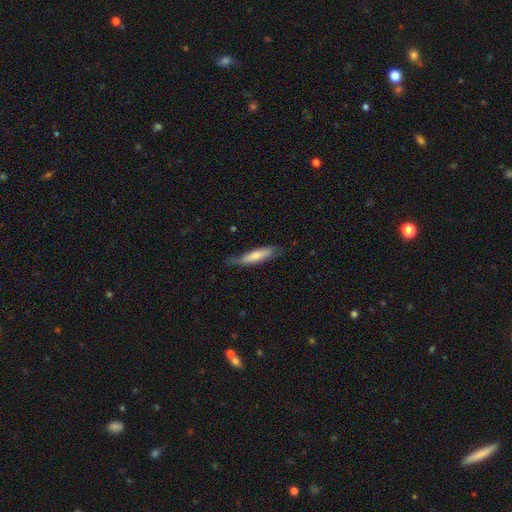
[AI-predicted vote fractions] Smooth or featured? smooth (67%)
How rounded? cigar-shaped (77%)
Merging? none (66%)